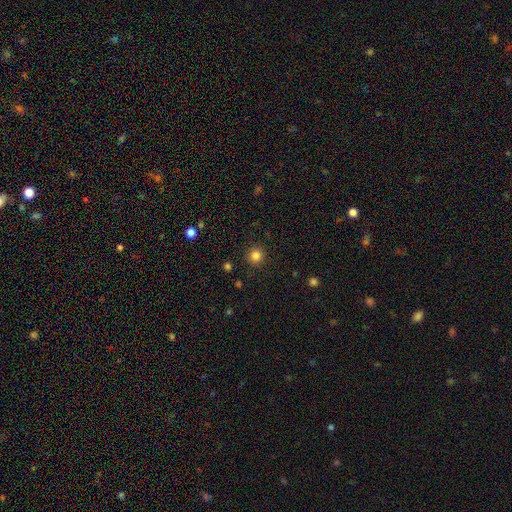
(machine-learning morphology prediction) A smooth galaxy with no disk features (83%) that is round (94%).

Vote fractions:
- Smooth or featured? smooth: 83% / star or artifact: 13% / featured or disk: 4%
- How rounded? round: 94% / in between: 5% / cigar-shaped: 1%
- Merging? none: 91% / minor disturbance: 6% / major disturbance: 2% / merger: 1%